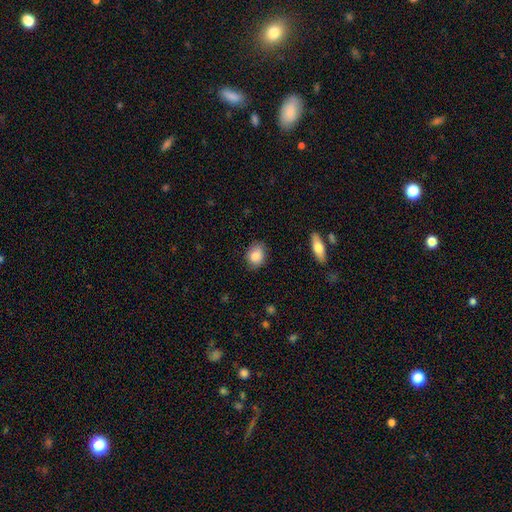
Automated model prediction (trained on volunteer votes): Q: Smooth or featured?
A: smooth (86%); runner-up: star or artifact (7%)
Q: How rounded?
A: in between (61%); runner-up: round (37%)
Q: Merging?
A: none (79%); runner-up: minor disturbance (16%)